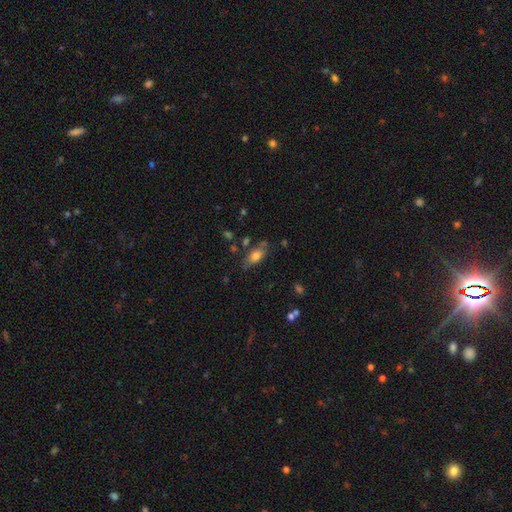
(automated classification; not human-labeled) The model was most divided on "merging": none: 62%, minor disturbance: 24%, merger: 7%, major disturbance: 7%. More confident: how rounded — in between (84%); smooth or featured — smooth (71%).